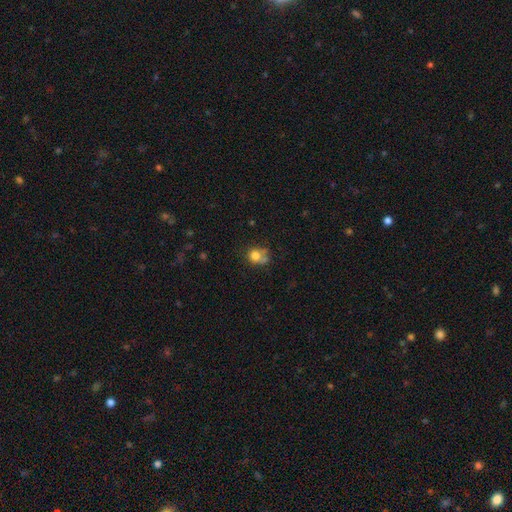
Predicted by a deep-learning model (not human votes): Smooth or featured? Predicted: smooth (p=0.76). How rounded? Predicted: round (p=0.74). Merging? Predicted: none (p=0.44).